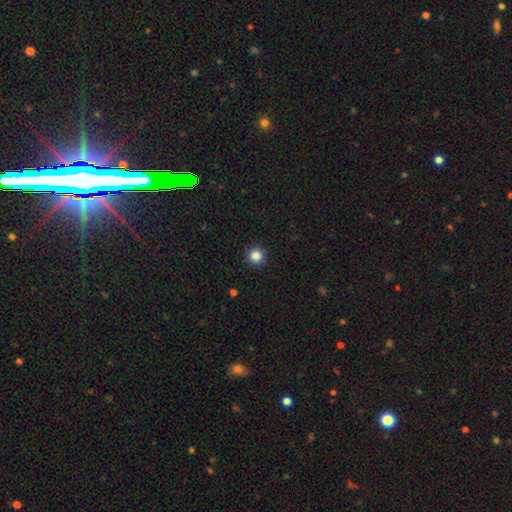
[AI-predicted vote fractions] This appears to be a smooth galaxy with no disk features (85%) that is round (95%). Merging: none (93%).